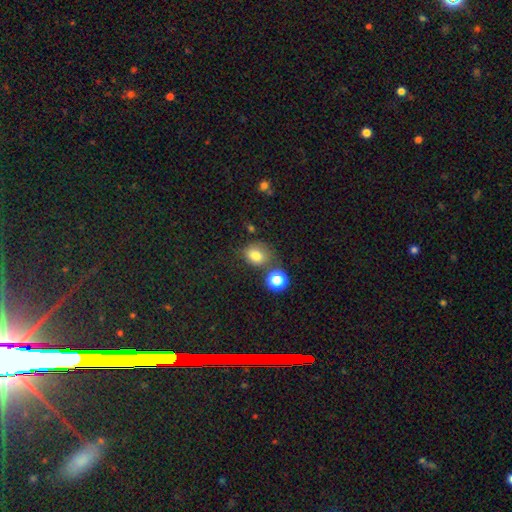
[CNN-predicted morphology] This appears to be a smooth galaxy with no disk features (78%) that is round (54%). Merging: none (59%).